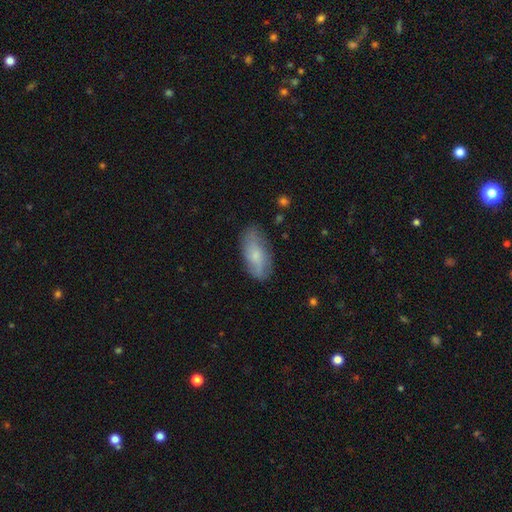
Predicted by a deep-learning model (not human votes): Smooth or featured?
  - smooth: 64% *
  - featured or disk: 29%
  - star or artifact: 7%
How rounded?
  - in between: 85% *
  - cigar-shaped: 12%
  - round: 3%
Merging?
  - none: 75% *
  - minor disturbance: 19%
  - major disturbance: 5%
  - merger: 2%